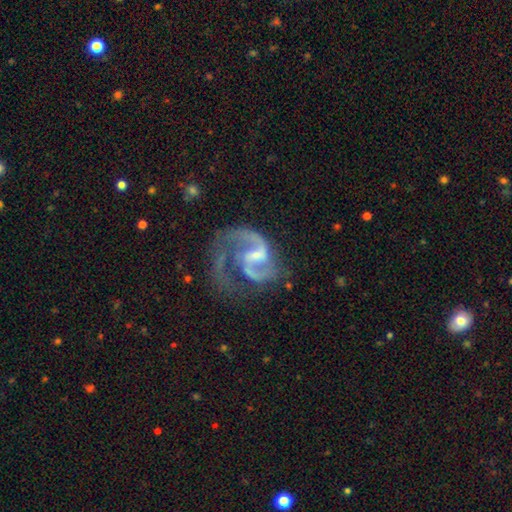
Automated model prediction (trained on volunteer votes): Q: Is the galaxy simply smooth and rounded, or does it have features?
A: featured or disk — 91%.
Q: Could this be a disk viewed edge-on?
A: no — 98%.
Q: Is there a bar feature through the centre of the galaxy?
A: weak — 54%.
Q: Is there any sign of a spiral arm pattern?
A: yes — 96%.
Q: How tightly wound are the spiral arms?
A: medium — 54%.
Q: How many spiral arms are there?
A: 2 — 81%.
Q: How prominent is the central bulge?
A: small — 59%.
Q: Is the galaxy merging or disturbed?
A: none — 45%.